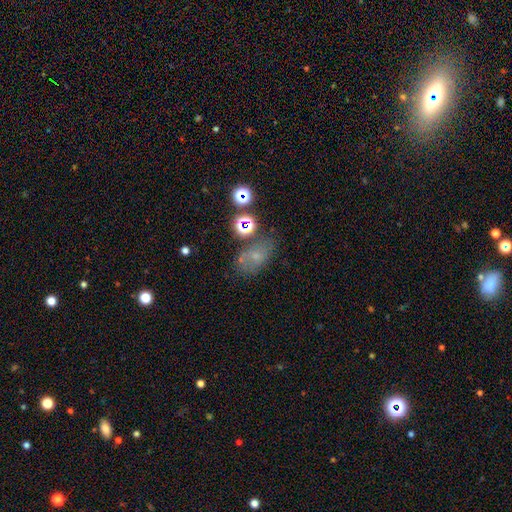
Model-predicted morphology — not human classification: Smooth or featured?
  - smooth: 52% *
  - star or artifact: 25%
  - featured or disk: 24%
How rounded?
  - in between: 78% *
  - round: 20%
  - cigar-shaped: 2%
Merging?
  - none: 54% *
  - minor disturbance: 21%
  - merger: 13%
  - major disturbance: 11%